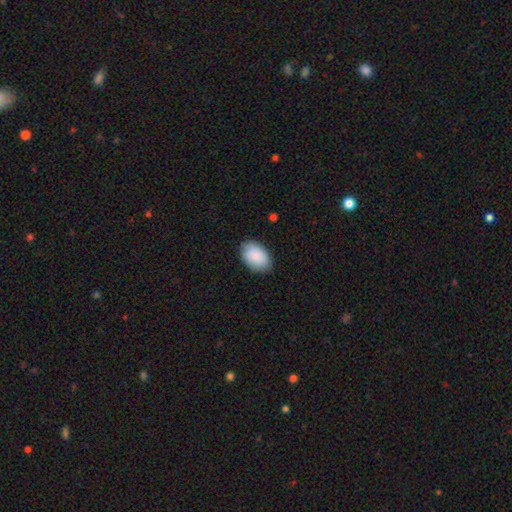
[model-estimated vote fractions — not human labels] Smooth or featured?
  - smooth: 89% *
  - featured or disk: 6%
  - star or artifact: 6%
How rounded?
  - in between: 90% *
  - round: 9%
  - cigar-shaped: 1%
Merging?
  - none: 84% *
  - minor disturbance: 13%
  - major disturbance: 2%
  - merger: 1%